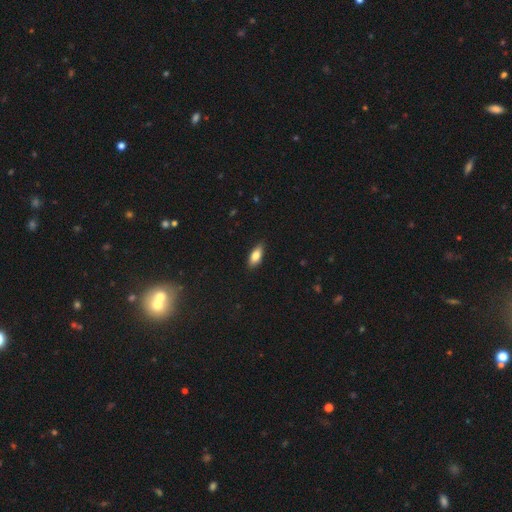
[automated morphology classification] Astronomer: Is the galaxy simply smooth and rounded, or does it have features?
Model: smooth — 78%.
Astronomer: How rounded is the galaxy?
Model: in between — 82%.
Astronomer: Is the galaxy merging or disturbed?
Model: none — 85%.